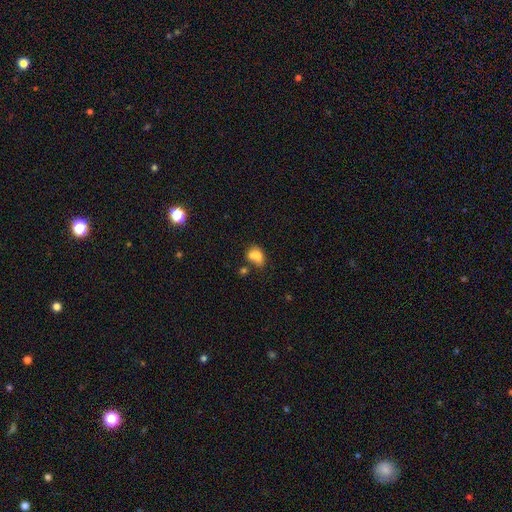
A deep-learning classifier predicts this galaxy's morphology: A smooth galaxy with no disk features (73%) that is in between round and cigar-shaped (63%).

Vote fractions:
- Smooth or featured? smooth: 73% / featured or disk: 16% / star or artifact: 11%
- How rounded? in between: 63% / round: 36% / cigar-shaped: 1%
- Merging? merger: 53% / none: 27% / minor disturbance: 13% / major disturbance: 7%